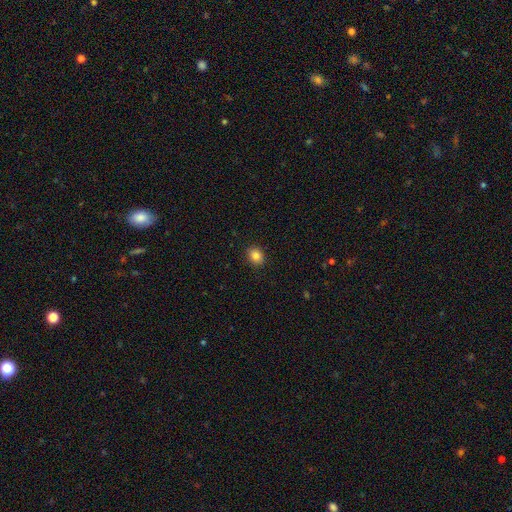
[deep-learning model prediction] A smooth galaxy with no disk features (85%) that is round (60%). Merging: none (91%).